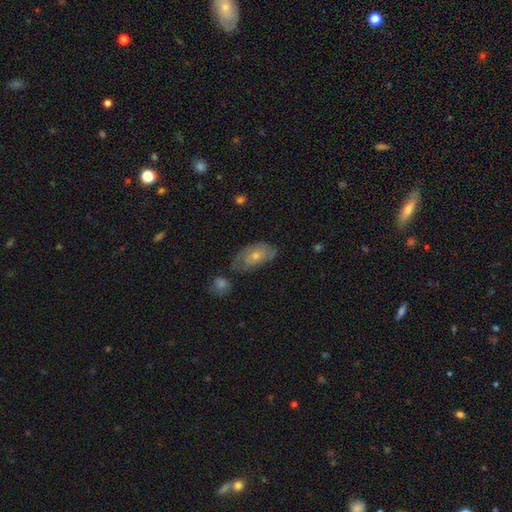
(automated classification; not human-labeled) Morphology: type=featured or disk (51%); edge-on=no (90%); merging=none (58%).